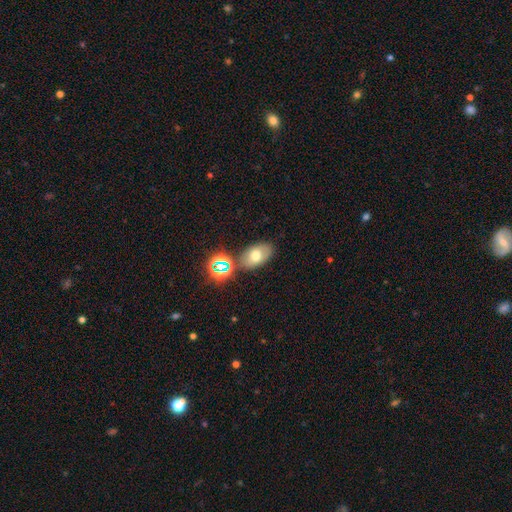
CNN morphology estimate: smooth_or_featured: smooth (p=0.65) [alt: featured or disk p=0.19]
how_rounded: in between (p=0.86) [alt: round p=0.12]
merging: none (p=0.73) [alt: minor disturbance p=0.13]